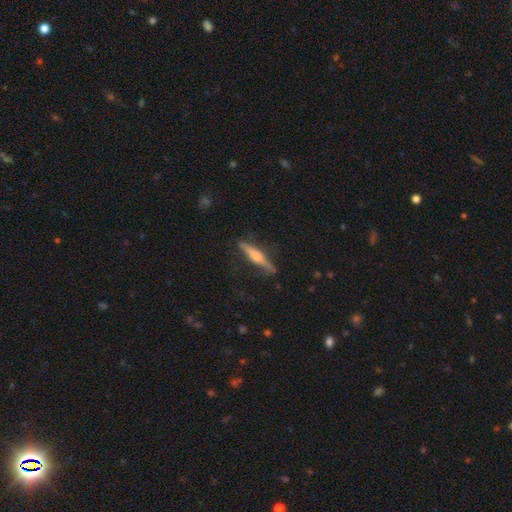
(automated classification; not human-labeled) Overall: featured or disk (50%; smooth 43%). Edge-on disk: yes (96%). Merging: none (82%).